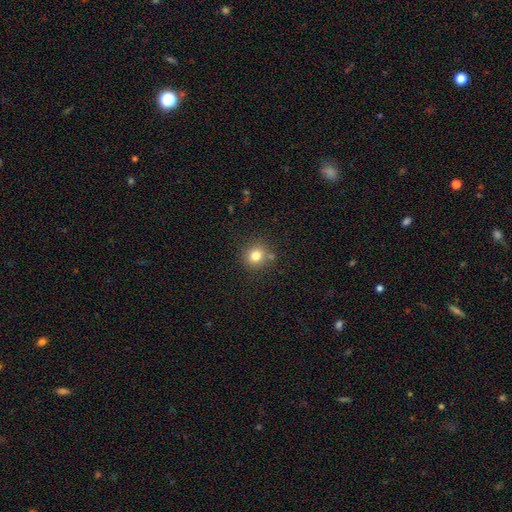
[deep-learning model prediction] The model was most divided on "smooth or featured": smooth: 80%, star or artifact: 12%, featured or disk: 7%. More confident: how rounded — round (84%); merging — none (79%).